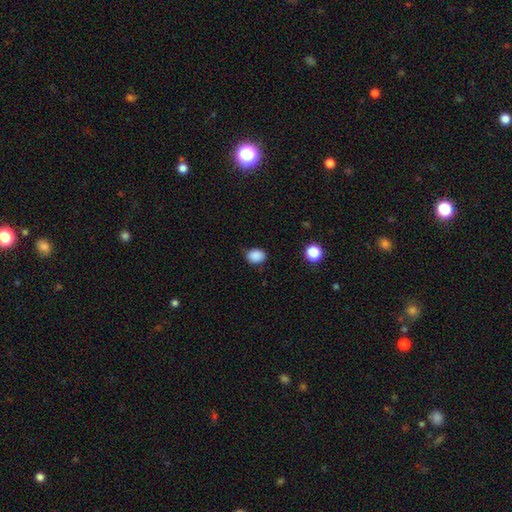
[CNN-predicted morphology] Overall: smooth (87%). How rounded: in between (55%; round 44%). Merging: none (81%).